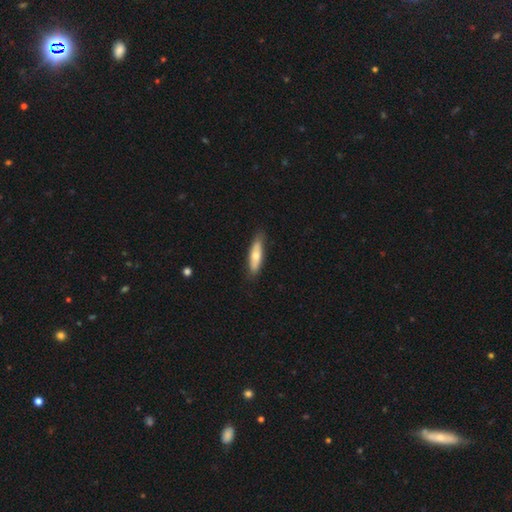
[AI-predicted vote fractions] Smooth or featured?
  - smooth: 62% *
  - featured or disk: 32%
  - star or artifact: 5%
How rounded?
  - cigar-shaped: 60% *
  - in between: 38%
  - round: 2%
Merging?
  - none: 82% *
  - minor disturbance: 14%
  - major disturbance: 2%
  - merger: 1%